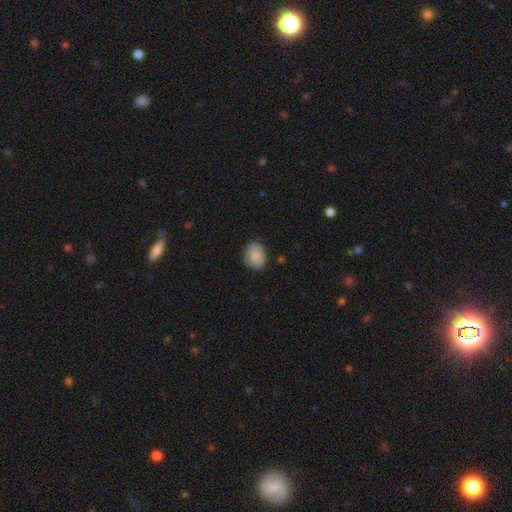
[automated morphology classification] Smooth or featured? smooth (87%)
How rounded? in between (51%)
Merging? none (77%)